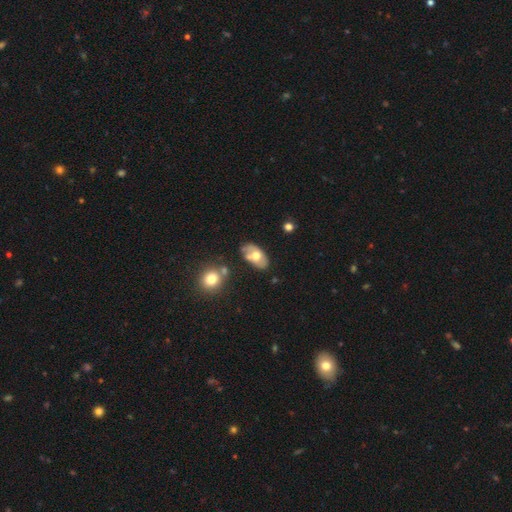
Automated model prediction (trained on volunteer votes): Smooth or featured? Predicted: smooth (p=0.55). How rounded? Predicted: in between (p=0.92). Merging? Predicted: none (p=0.61).